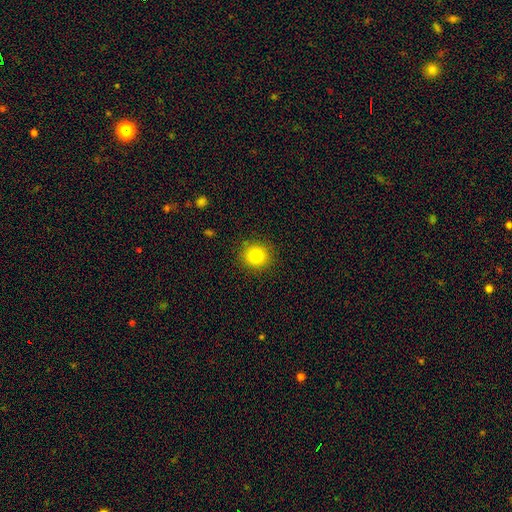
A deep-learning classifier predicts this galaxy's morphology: This is clearly a smooth galaxy (82%). How rounded: clearly round (89%). Merging: clearly none (90%).